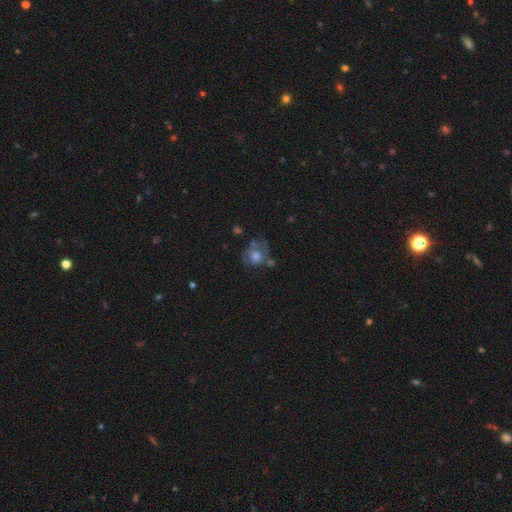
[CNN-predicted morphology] A smooth galaxy with no disk features (47%). Merging: none (42%).